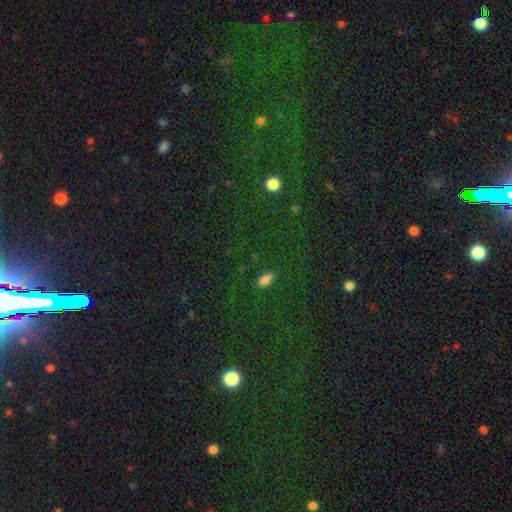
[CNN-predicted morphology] Smooth or featured?
  - star or artifact: 73% *
  - smooth: 20%
  - featured or disk: 7%